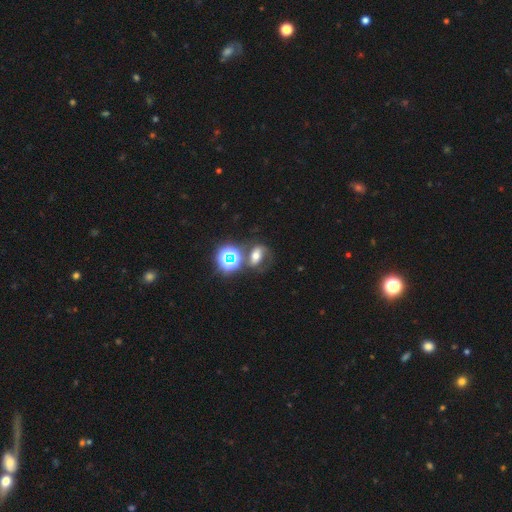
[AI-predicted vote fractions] Smooth or featured? smooth (37%)
Merging? none (51%)